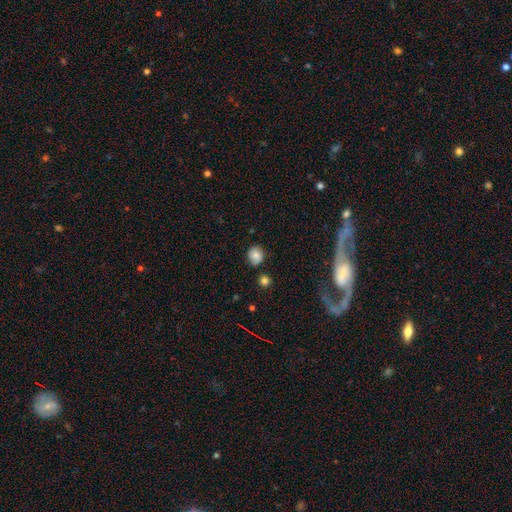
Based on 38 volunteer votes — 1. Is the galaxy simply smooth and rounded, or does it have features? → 84% smooth, 11% featured or disk, 5% star or artifact.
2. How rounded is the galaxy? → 81% round, 19% in between, 0% cigar-shaped.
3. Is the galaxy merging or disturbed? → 61% none, 25% minor disturbance, 8% major disturbance, 6% merger.